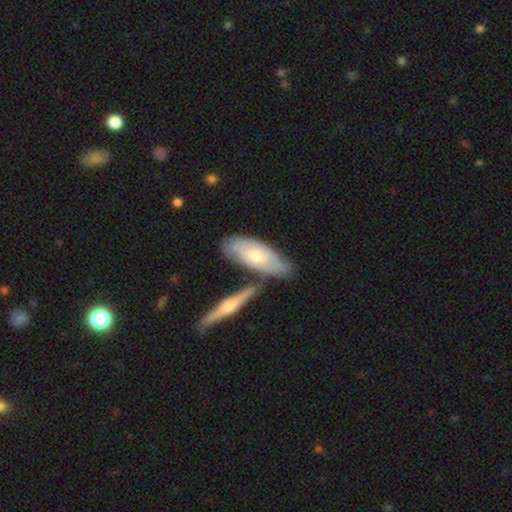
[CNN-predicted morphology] The model was most divided on "smooth or featured": smooth: 52%, featured or disk: 43%, star or artifact: 5%. More confident: how rounded — in between (73%); merging — none (57%).